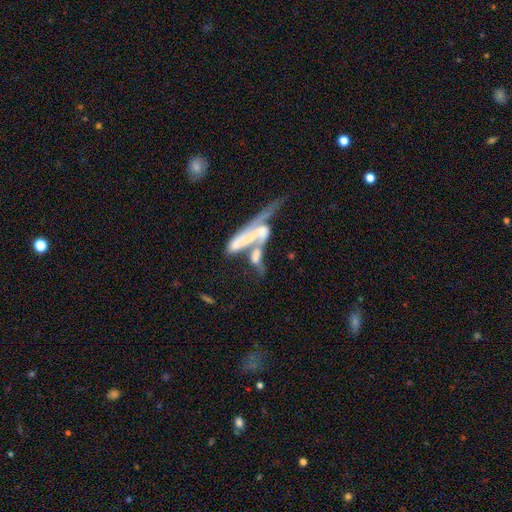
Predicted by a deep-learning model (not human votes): Smooth or featured? featured or disk (59%)
Edge-on disk? no (82%)
Merging? merger (66%)